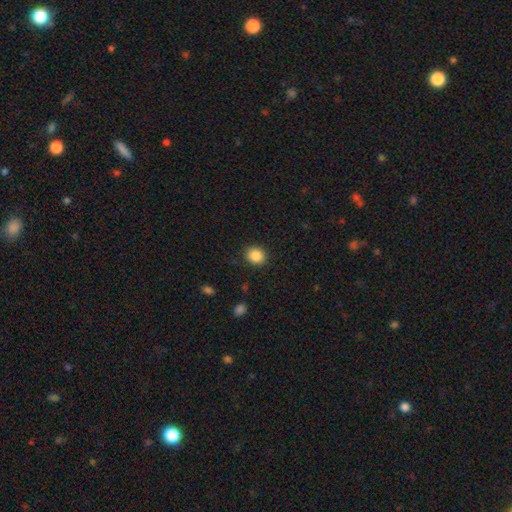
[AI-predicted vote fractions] Smooth or featured: smooth — 87% (star or artifact — 9%)
How rounded: round — 68% (in between — 31%)
Merging: none — 89% (minor disturbance — 7%)